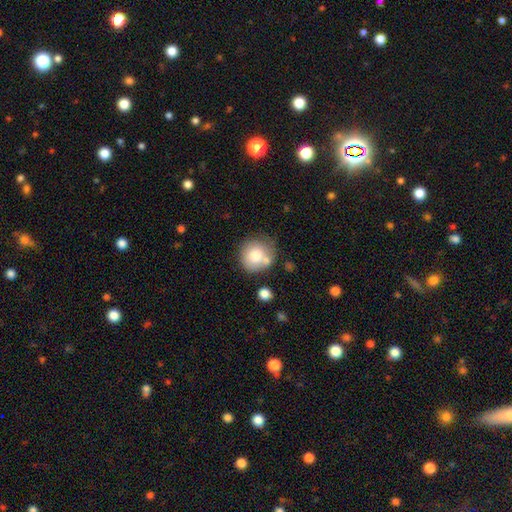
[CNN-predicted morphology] This is likely a smooth galaxy (76%). How rounded: clearly round (89%). Merging: likely none (61%).